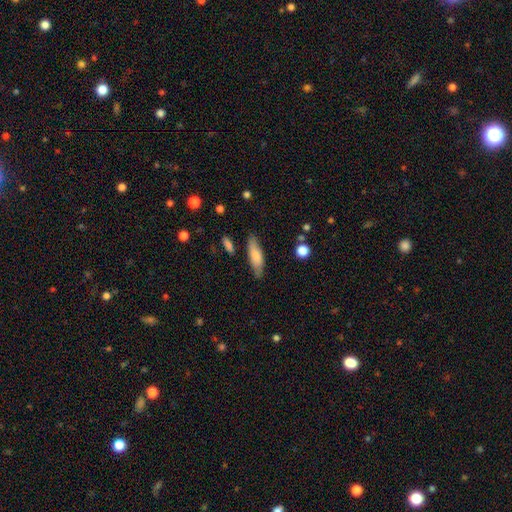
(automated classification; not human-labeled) Smooth or featured? smooth (75%)
How rounded? in between (51%)
Merging? none (79%)